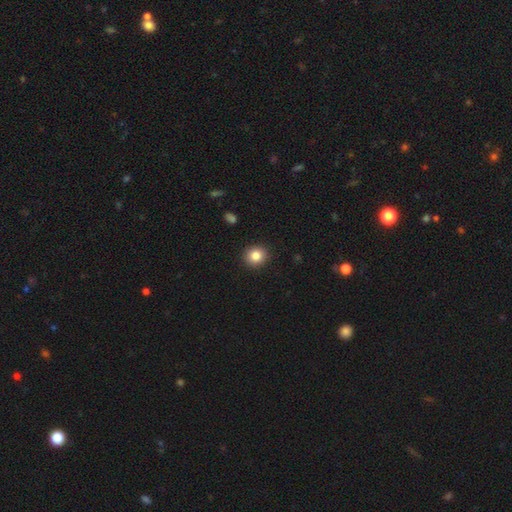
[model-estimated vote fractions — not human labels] Morphology: type=smooth (84%); roundness=round (85%); merging=none (92%).